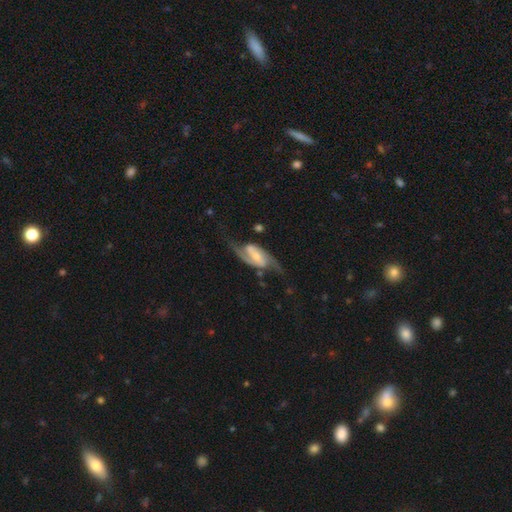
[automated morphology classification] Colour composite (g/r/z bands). It shows a featured or disk galaxy (87%) with a weak bar (40%), 2 (92%) medium (43%, tied with loose) spiral arms (96%) and a small central bulge (52%). Merging: none (66%).